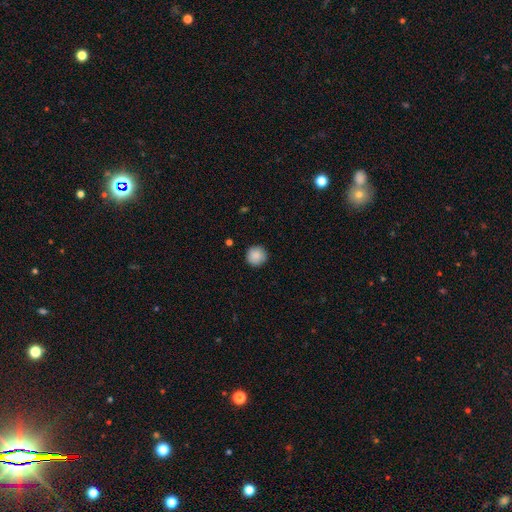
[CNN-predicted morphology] This appears to be a smooth galaxy with no disk features (88%) that is round (95%). Merging: none (89%).